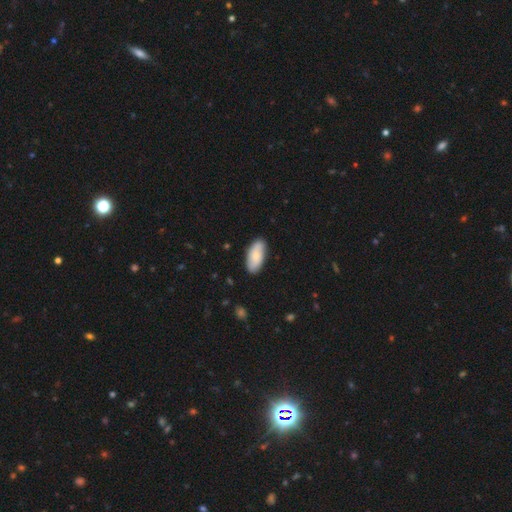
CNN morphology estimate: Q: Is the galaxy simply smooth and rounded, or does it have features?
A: smooth — 68%.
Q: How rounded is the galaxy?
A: in between — 89%.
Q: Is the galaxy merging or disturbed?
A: none — 85%.